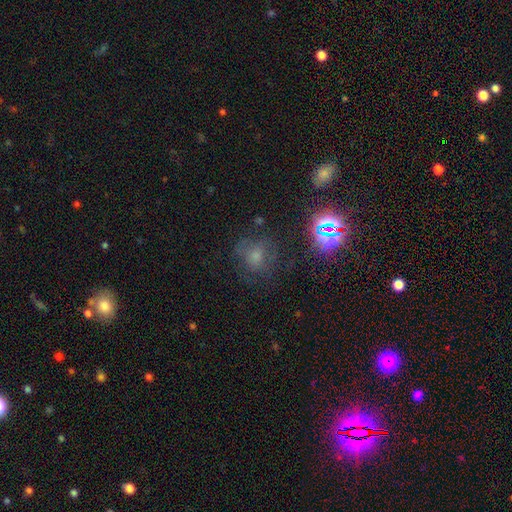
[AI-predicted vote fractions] Morphology: type=smooth (48%); merging=none (64%).